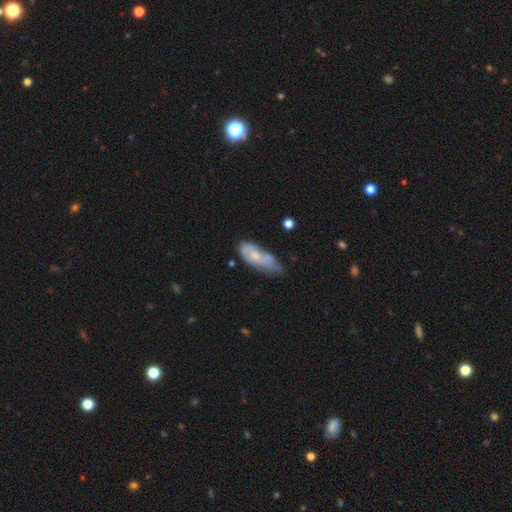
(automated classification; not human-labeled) This is possibly a smooth galaxy (52%). How rounded: likely in between (74%). Merging: marginally minor disturbance (38%, tied with none).